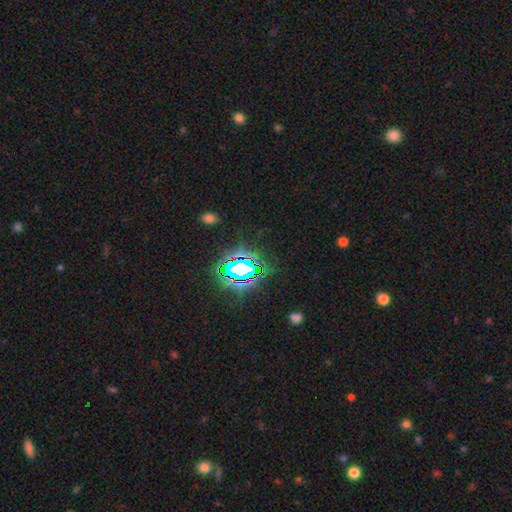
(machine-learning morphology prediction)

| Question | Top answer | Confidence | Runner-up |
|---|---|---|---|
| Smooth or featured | star or artifact | 79% | smooth (14%) |